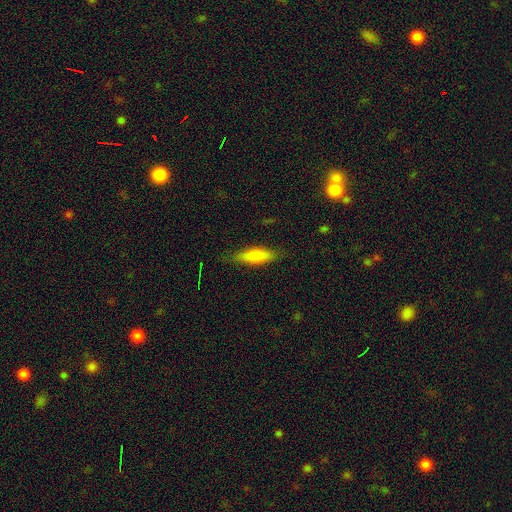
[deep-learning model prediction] This appears to be a smooth galaxy with no disk features (75%) that is cigar-shaped (59%). Merging: none (83%).